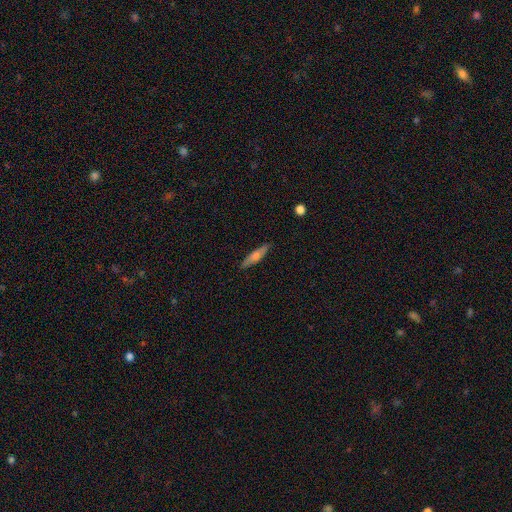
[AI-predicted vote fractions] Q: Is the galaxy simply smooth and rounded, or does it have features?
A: smooth — 49%.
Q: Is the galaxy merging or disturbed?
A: none — 88%.